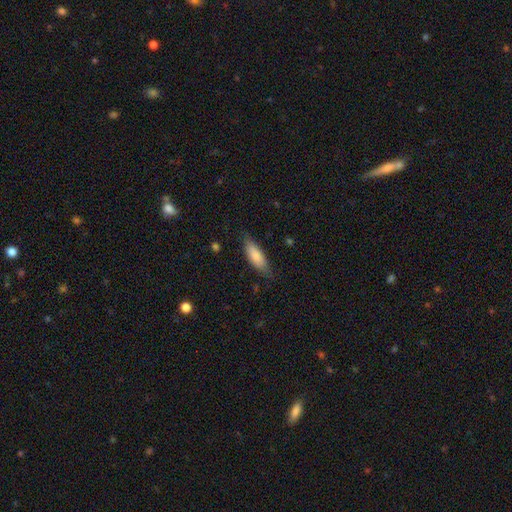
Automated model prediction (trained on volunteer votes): A smooth galaxy with no disk features (78%) that is in between round and cigar-shaped (61%).

Vote fractions:
- Smooth or featured? smooth: 78% / featured or disk: 16% / star or artifact: 6%
- How rounded? in between: 61% / cigar-shaped: 37% / round: 2%
- Merging? none: 74% / minor disturbance: 20% / major disturbance: 4% / merger: 1%